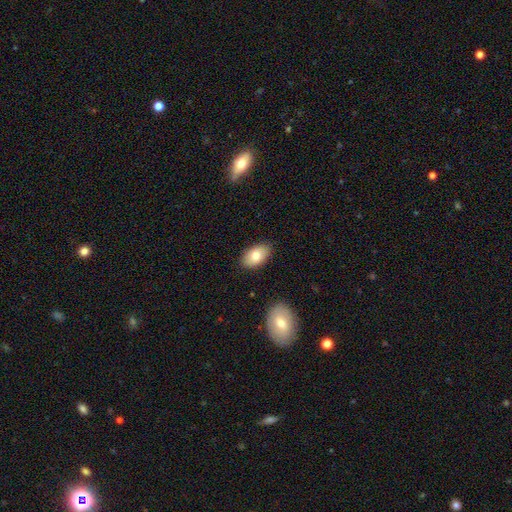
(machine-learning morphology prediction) Smooth or featured? Predicted: smooth (p=0.79). How rounded? Predicted: in between (p=0.94). Merging? Predicted: none (p=0.86).